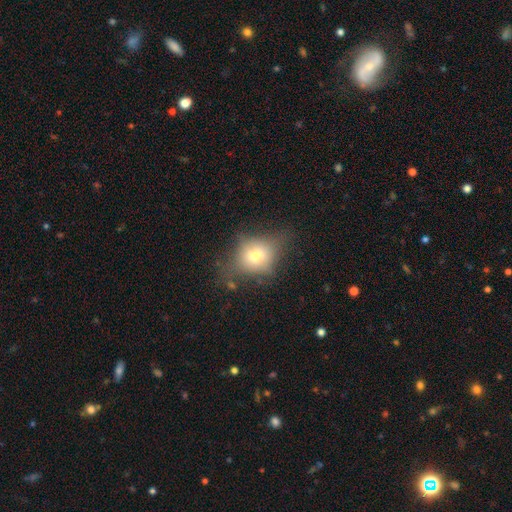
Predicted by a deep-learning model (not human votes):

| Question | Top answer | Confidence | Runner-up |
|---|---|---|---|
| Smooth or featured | smooth | 62% | featured or disk (24%) |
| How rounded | round | 62% | in between (37%) |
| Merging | none | 57% | minor disturbance (26%) |